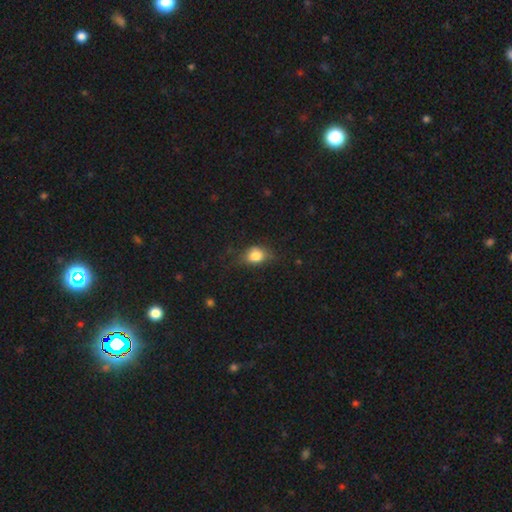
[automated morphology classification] Q: Smooth or featured?
A: smooth (81%); runner-up: star or artifact (10%)
Q: How rounded?
A: in between (62%); runner-up: round (36%)
Q: Merging?
A: none (60%); runner-up: minor disturbance (28%)